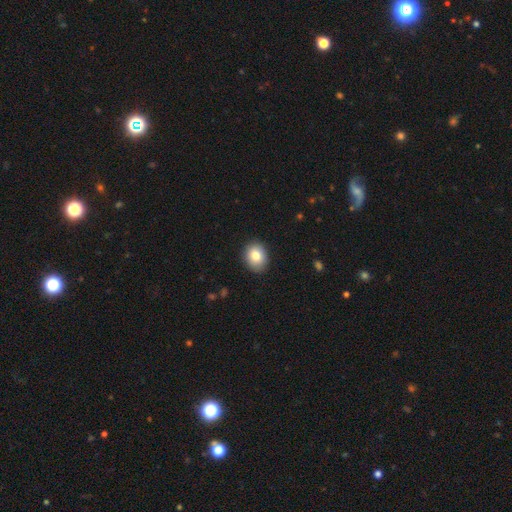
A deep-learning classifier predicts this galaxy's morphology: smooth-or-featured: smooth: 82% | featured or disk: 10% | star or artifact: 8%
  how-rounded: in between: 53% | round: 47% | cigar-shaped: 1%
  merging: none: 88% | minor disturbance: 9% | major disturbance: 2% | merger: 1%